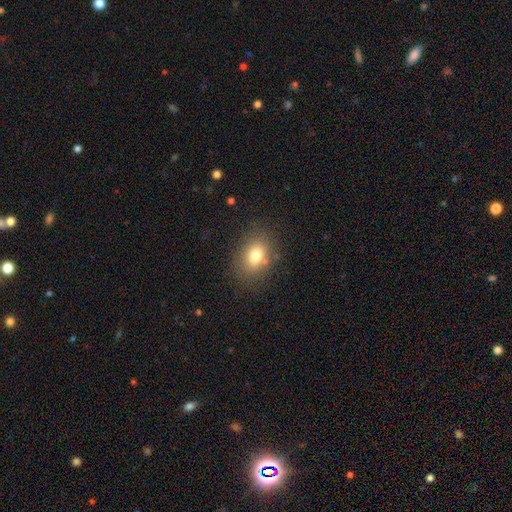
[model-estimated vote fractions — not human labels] smooth 77%, star or artifact 11%, featured or disk 11%. Down the decision tree: how rounded — in between (67%); merging — none (80%).